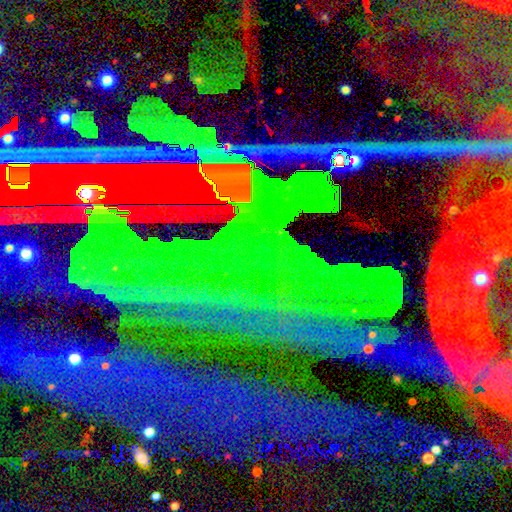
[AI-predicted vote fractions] smooth-or-featured: star or artifact: 79% | featured or disk: 14% | smooth: 7%